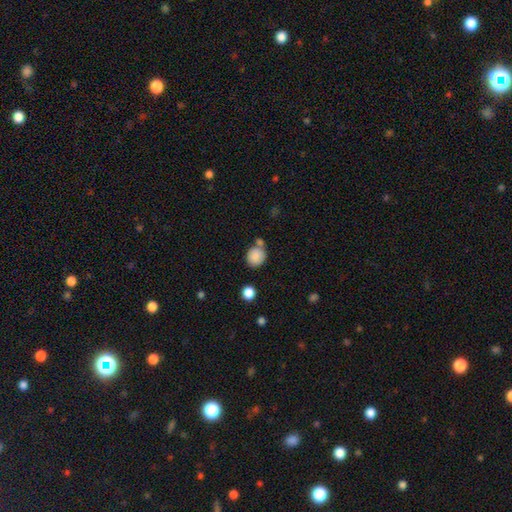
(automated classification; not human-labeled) A smooth galaxy with no disk features (85%) that is round (80%). Merging: none (62%).